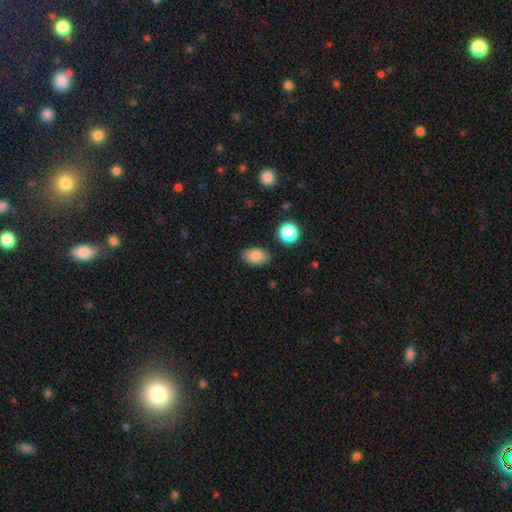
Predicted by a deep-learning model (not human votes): Smooth or featured: smooth — 84% (star or artifact — 9%)
How rounded: in between — 86% (round — 12%)
Merging: none — 81% (minor disturbance — 14%)